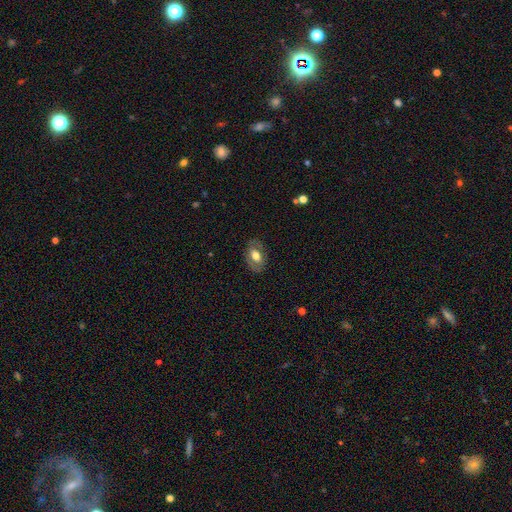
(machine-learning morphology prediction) type=smooth (54%); roundness=in between (85%); merging=none (81%).